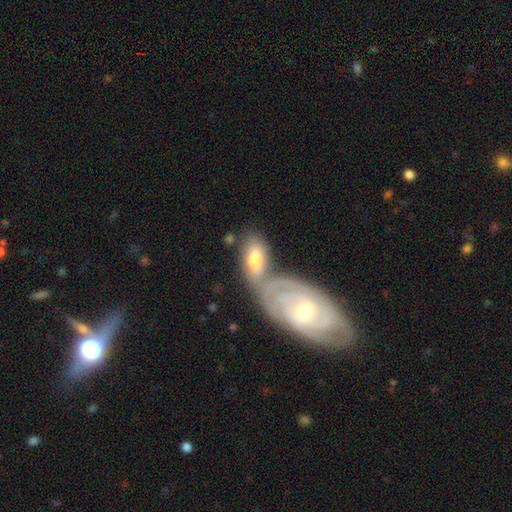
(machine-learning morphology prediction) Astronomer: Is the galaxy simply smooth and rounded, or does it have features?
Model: smooth — 65%.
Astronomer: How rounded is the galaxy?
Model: in between — 86%.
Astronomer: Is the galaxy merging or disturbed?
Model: merger — 51% (runner-up: none, 29%).